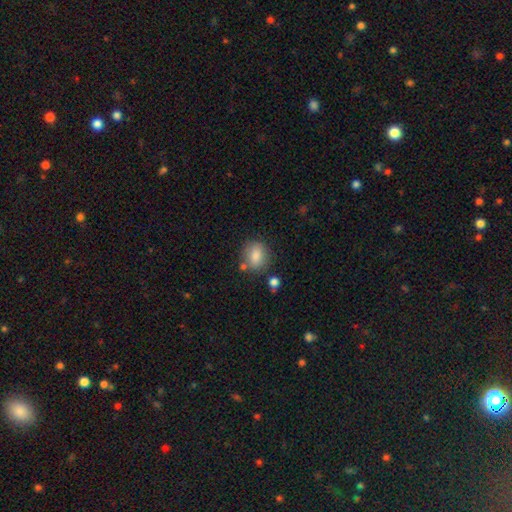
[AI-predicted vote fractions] smooth_or_featured: smooth (p=0.84) [alt: star or artifact p=0.09]
how_rounded: round (p=0.52) [alt: in between p=0.46]
merging: none (p=0.72) [alt: minor disturbance p=0.16]